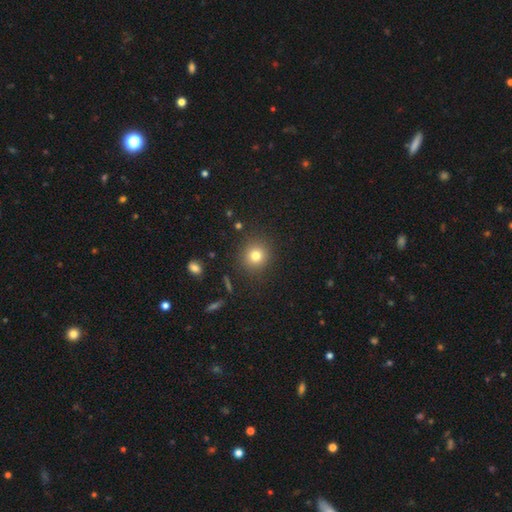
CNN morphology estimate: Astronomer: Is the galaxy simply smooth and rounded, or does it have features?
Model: smooth — 78%.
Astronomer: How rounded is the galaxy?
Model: round — 90%.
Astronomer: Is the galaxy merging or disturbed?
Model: none — 89%.